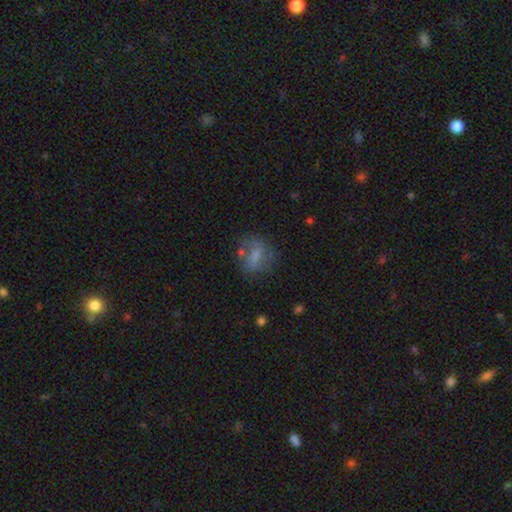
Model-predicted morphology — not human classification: Q: Smooth or featured?
A: smooth (51%); runner-up: featured or disk (38%)
Q: How rounded?
A: in between (49%); runner-up: round (47%)
Q: Merging?
A: none (59%); runner-up: minor disturbance (21%)